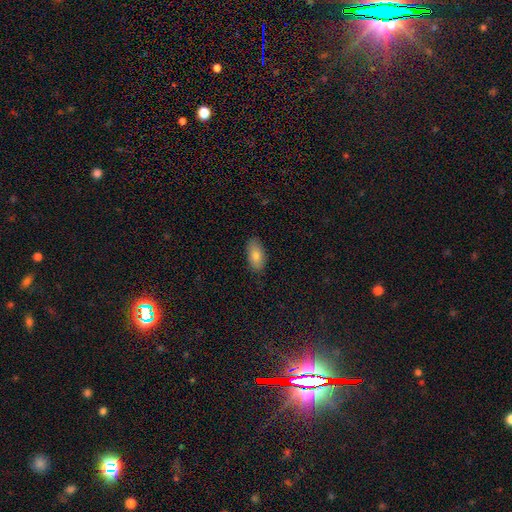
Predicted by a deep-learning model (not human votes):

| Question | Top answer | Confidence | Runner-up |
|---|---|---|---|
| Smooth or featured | smooth | 80% | featured or disk (12%) |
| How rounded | in between | 92% | cigar-shaped (5%) |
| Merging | none | 86% | minor disturbance (11%) |